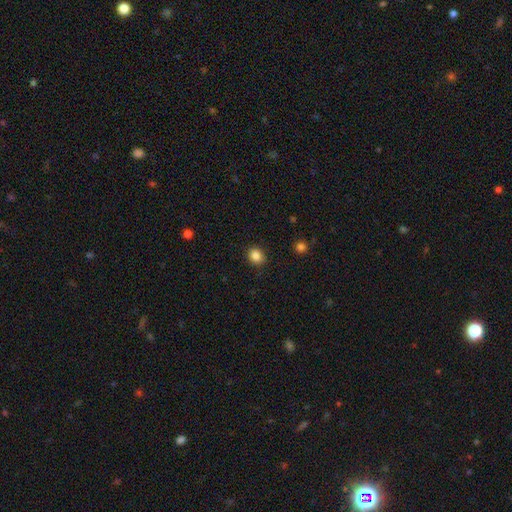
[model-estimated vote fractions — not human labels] smooth-or-featured: smooth: 86% | star or artifact: 10% | featured or disk: 4%
  how-rounded: round: 74% | in between: 25% | cigar-shaped: 1%
  merging: none: 89% | minor disturbance: 7% | major disturbance: 2% | merger: 1%